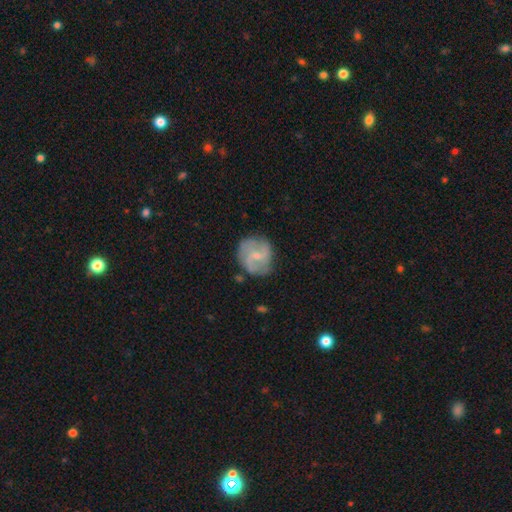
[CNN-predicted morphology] smooth_or_featured: featured or disk (p=0.62) [alt: smooth p=0.31]
disk_edge_on: no (p=0.98) [alt: yes p=0.02]
bar: weak (p=0.48) [alt: no p=0.43]
has_spiral_arms: yes (p=0.81) [alt: no p=0.19]
bulge_size: small (p=0.60) [alt: moderate p=0.30]
merging: none (p=0.67) [alt: minor disturbance p=0.22]